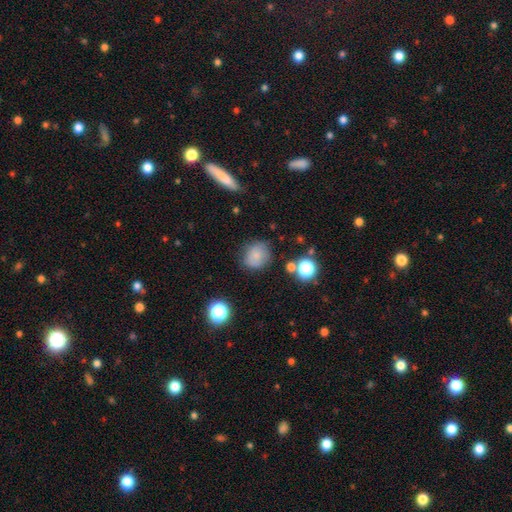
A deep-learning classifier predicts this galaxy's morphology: Smooth or featured? smooth (77%)
How rounded? round (75%)
Merging? none (72%)